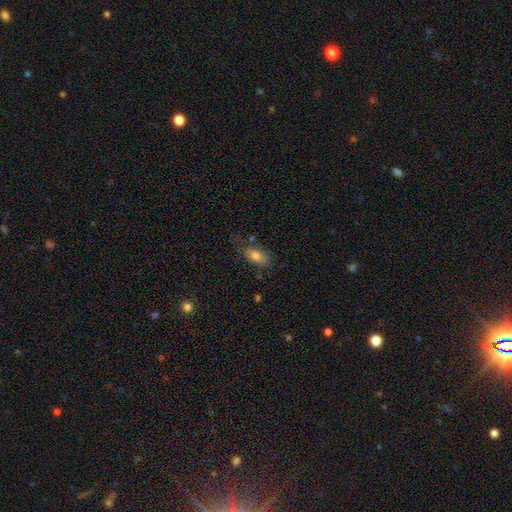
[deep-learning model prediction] Smooth or featured?
  - smooth: 76% *
  - featured or disk: 15%
  - star or artifact: 9%
How rounded?
  - in between: 88% *
  - cigar-shaped: 6%
  - round: 5%
Merging?
  - none: 64% *
  - minor disturbance: 23%
  - major disturbance: 8%
  - merger: 5%